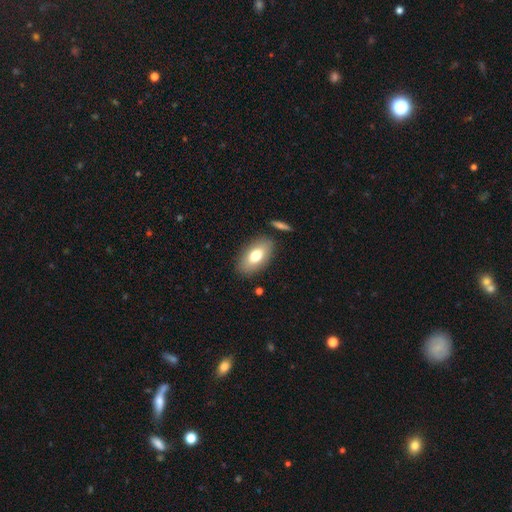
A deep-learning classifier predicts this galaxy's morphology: Smooth or featured? smooth (73%)
How rounded? in between (91%)
Merging? none (83%)